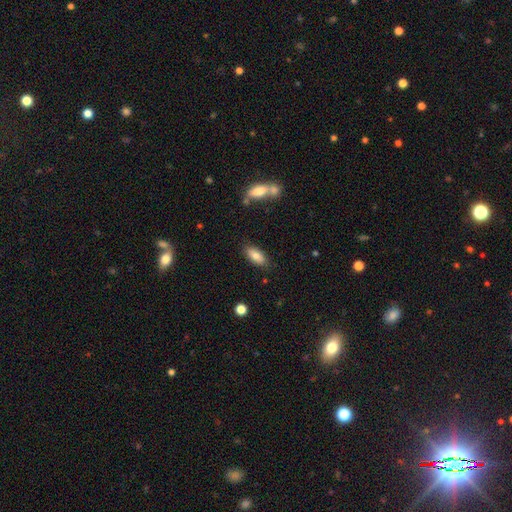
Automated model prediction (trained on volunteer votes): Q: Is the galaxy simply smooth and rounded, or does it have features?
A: smooth — 81%.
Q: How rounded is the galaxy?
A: in between — 87%.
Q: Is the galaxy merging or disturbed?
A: none — 83%.